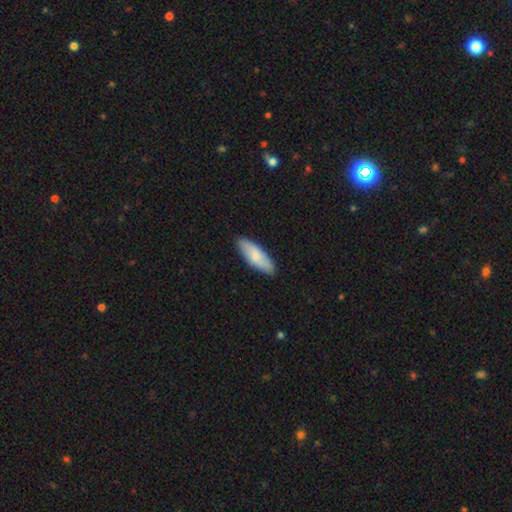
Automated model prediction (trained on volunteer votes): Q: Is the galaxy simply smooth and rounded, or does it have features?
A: smooth — 77%.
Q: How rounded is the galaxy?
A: in between — 59%.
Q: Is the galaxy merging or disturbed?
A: none — 88%.